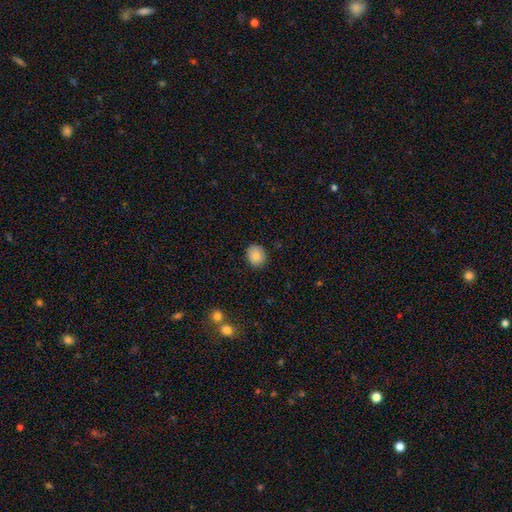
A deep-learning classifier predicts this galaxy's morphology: Smooth or featured? smooth (85%)
How rounded? round (68%)
Merging? none (87%)